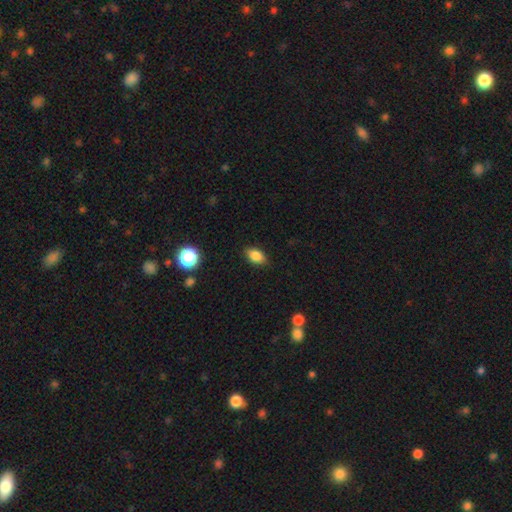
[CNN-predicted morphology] Q: Smooth or featured?
A: smooth (84%); runner-up: star or artifact (10%)
Q: How rounded?
A: in between (85%); runner-up: round (12%)
Q: Merging?
A: none (85%); runner-up: minor disturbance (11%)